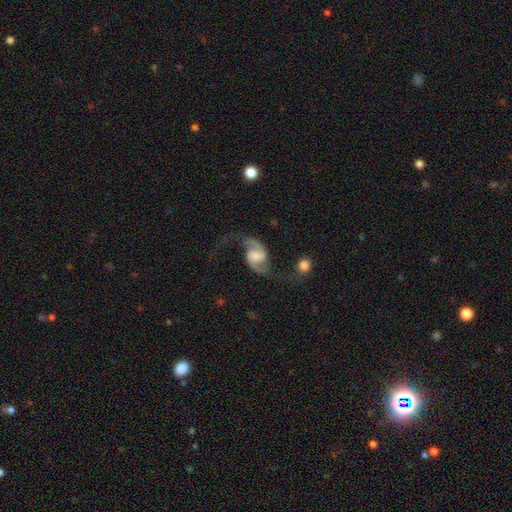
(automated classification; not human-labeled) Smooth or featured? Predicted: featured or disk (p=0.89). Edge-on disk? Predicted: no (p=0.98). Bar? Predicted: weak (p=0.46). Spiral arms? Predicted: yes (p=0.97). Spiral winding? Predicted: loose (p=0.66). Spiral arm count? Predicted: 2 (p=0.94). Bulge size? Predicted: moderate (p=0.38). Merging? Predicted: none (p=0.59).